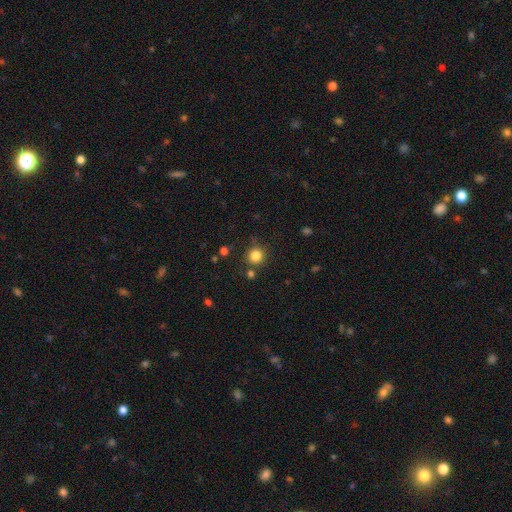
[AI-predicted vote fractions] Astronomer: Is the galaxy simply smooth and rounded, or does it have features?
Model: smooth — 82%.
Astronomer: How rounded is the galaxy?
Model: round — 93%.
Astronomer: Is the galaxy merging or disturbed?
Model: none — 82%.